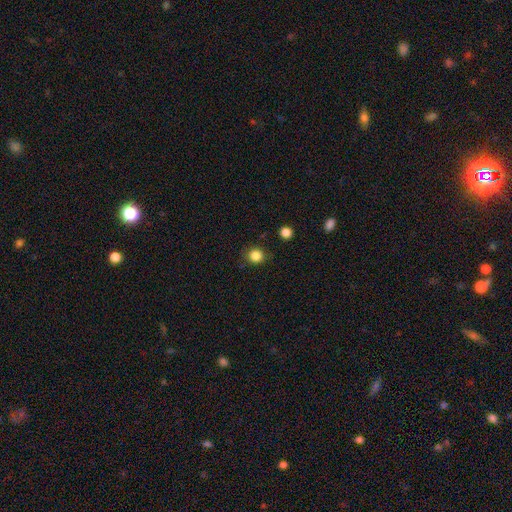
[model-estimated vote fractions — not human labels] smooth 85%, star or artifact 11%, featured or disk 4%. Down the decision tree: how rounded — round (87%); merging — none (84%).